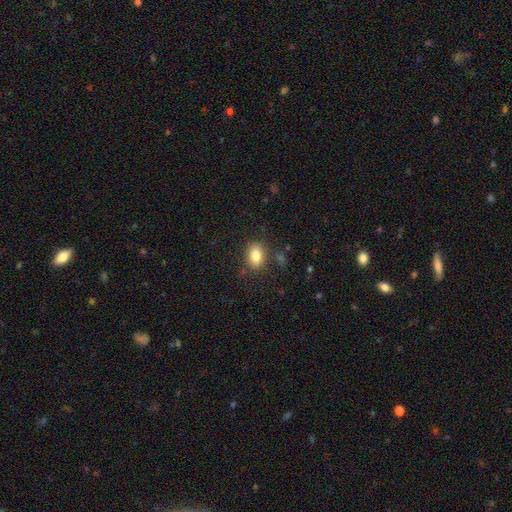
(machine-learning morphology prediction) smooth-or-featured: smooth: 83% | star or artifact: 9% | featured or disk: 8%
  how-rounded: in between: 79% | round: 20% | cigar-shaped: 1%
  merging: none: 81% | minor disturbance: 12% | major disturbance: 4% | merger: 3%